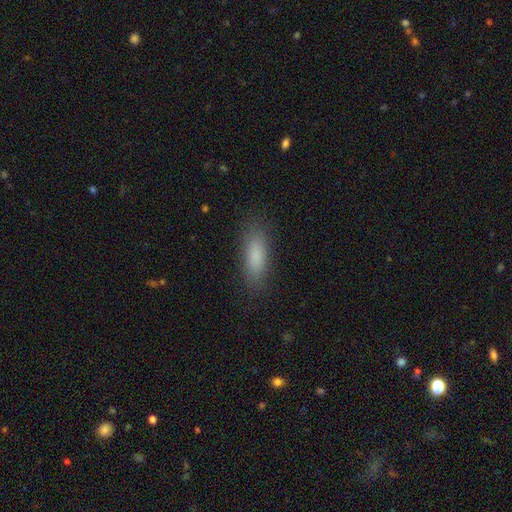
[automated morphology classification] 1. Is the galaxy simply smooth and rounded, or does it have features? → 85% smooth, 8% star or artifact, 8% featured or disk.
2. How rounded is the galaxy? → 60% in between, 37% cigar-shaped, 2% round.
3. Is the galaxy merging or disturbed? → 85% none, 10% minor disturbance, 3% major disturbance, 1% merger.